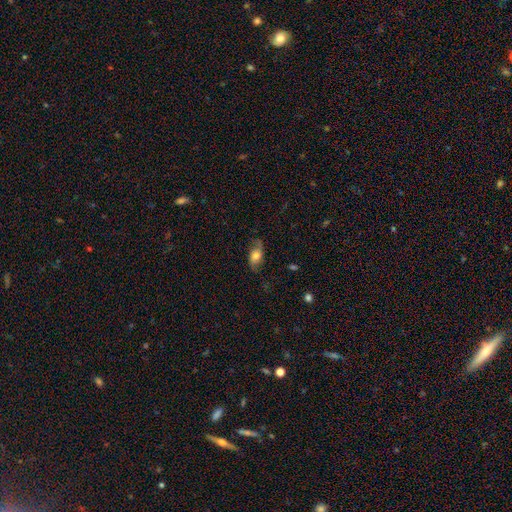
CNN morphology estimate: Smooth or featured? featured or disk (46%)
Merging? none (67%)